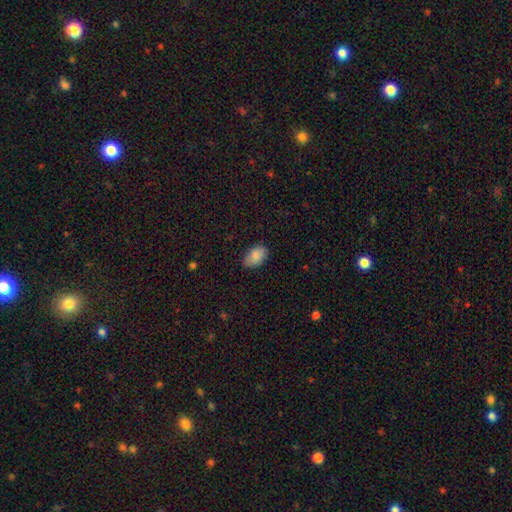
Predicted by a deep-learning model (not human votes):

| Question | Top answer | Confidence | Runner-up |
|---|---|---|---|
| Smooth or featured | smooth | 87% | star or artifact (7%) |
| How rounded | in between | 91% | round (8%) |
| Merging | none | 78% | minor disturbance (18%) |